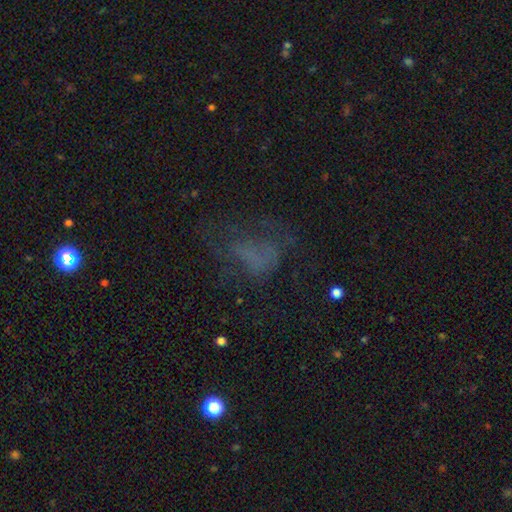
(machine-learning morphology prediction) Smooth or featured?
  - smooth: 39% *
  - star or artifact: 31%
  - featured or disk: 29%
Merging?
  - none: 43% *
  - major disturbance: 34%
  - minor disturbance: 20%
  - merger: 3%